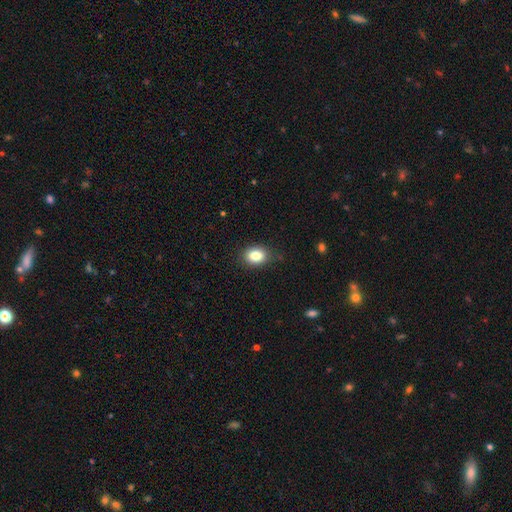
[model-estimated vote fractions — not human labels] Morphology: type=smooth (84%); roundness=in between (63%); merging=none (85%).